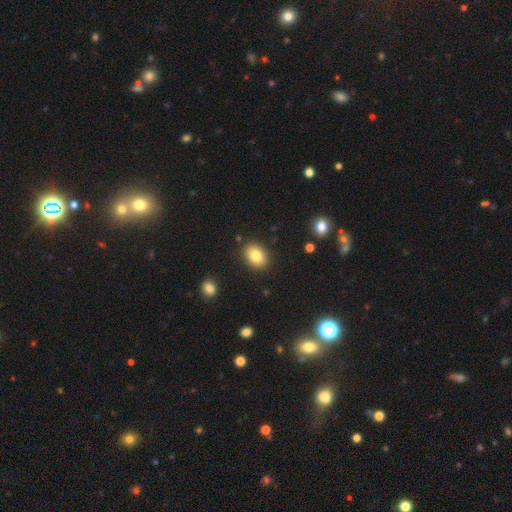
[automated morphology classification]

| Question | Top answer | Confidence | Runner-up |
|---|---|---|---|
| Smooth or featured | smooth | 82% | featured or disk (9%) |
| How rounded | in between | 68% | round (31%) |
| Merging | none | 87% | minor disturbance (9%) |